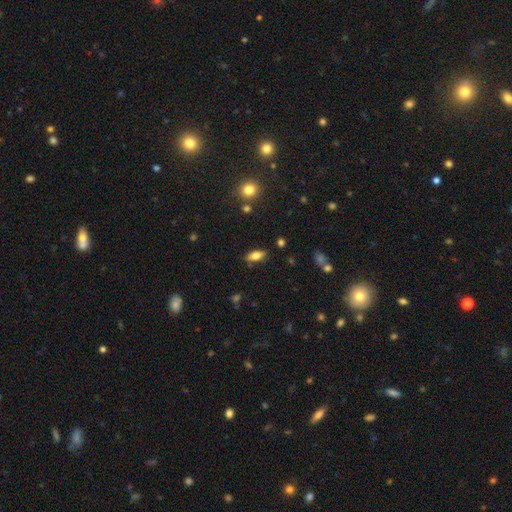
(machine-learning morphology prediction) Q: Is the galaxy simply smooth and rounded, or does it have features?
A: smooth — 72%.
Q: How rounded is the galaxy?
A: in between — 82%.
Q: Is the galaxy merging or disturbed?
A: none — 84%.